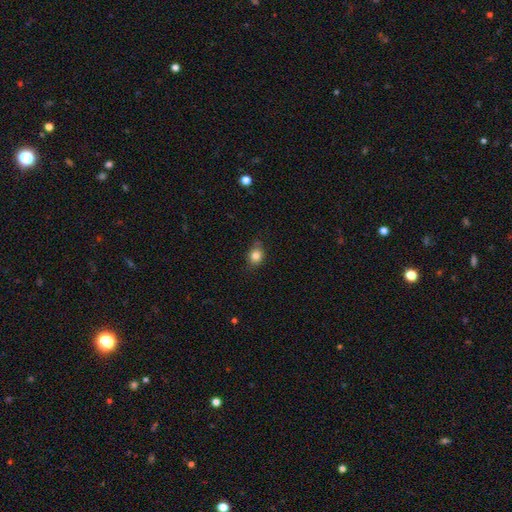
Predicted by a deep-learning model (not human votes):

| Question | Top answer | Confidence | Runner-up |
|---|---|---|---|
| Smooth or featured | smooth | 82% | star or artifact (11%) |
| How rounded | round | 56% | in between (43%) |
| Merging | none | 74% | minor disturbance (21%) |